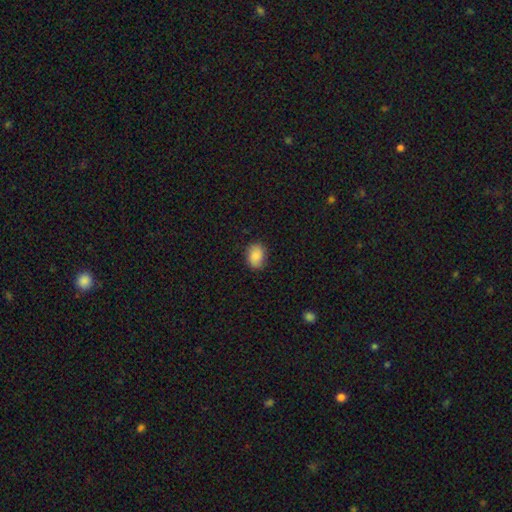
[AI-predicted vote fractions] Smooth or featured: smooth — 86% (star or artifact — 8%)
How rounded: in between — 73% (round — 26%)
Merging: none — 83% (minor disturbance — 13%)